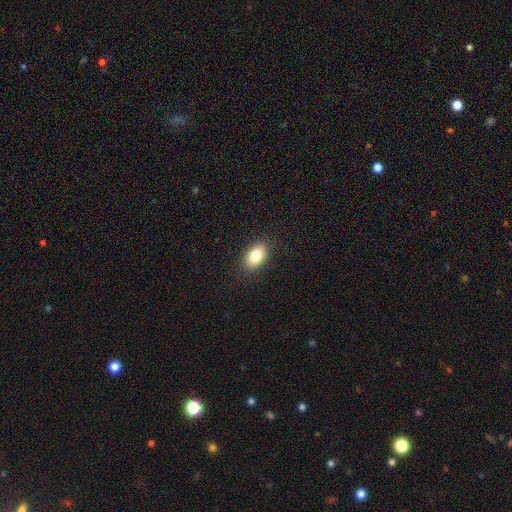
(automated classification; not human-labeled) Q: Smooth or featured?
A: smooth (83%); runner-up: featured or disk (9%)
Q: How rounded?
A: in between (90%); runner-up: round (8%)
Q: Merging?
A: none (88%); runner-up: minor disturbance (9%)